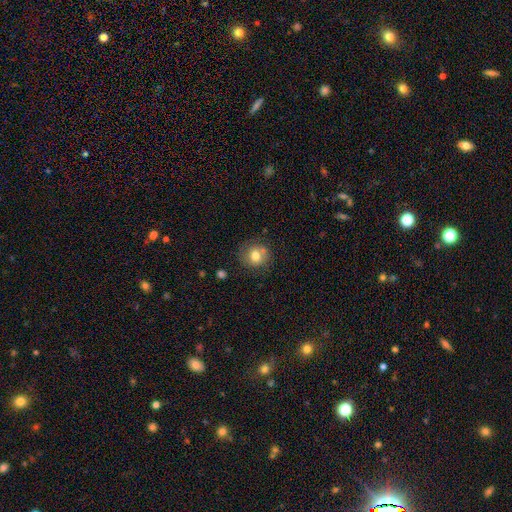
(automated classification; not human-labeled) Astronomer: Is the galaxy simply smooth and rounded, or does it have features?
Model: smooth — 73%.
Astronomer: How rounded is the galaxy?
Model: round — 86%.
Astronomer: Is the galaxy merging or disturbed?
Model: none — 72%.